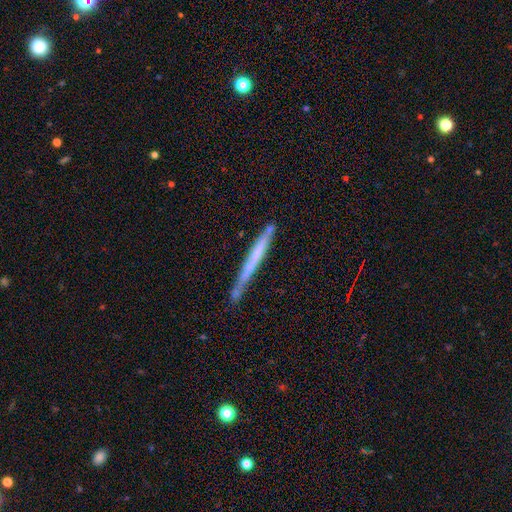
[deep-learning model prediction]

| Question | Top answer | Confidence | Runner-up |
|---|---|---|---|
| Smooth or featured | featured or disk | 50% | smooth (43%) |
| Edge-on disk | yes | 95% | no (5%) |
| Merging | none | 76% | minor disturbance (16%) |